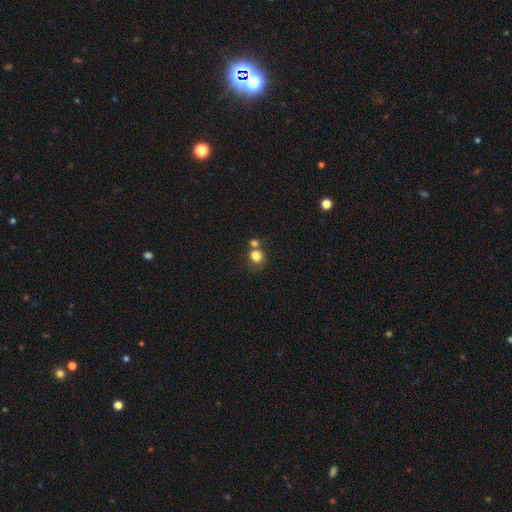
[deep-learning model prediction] smooth-or-featured: smooth: 81% | star or artifact: 12% | featured or disk: 7%
  how-rounded: round: 75% | in between: 24% | cigar-shaped: 1%
  merging: none: 48% | merger: 36% | minor disturbance: 11% | major disturbance: 5%